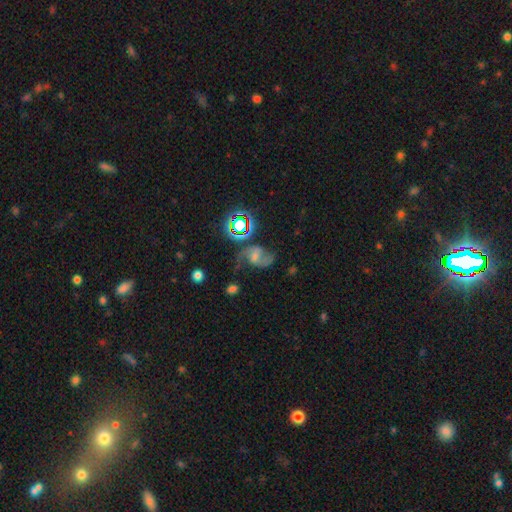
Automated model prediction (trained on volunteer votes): This appears to be a featured or disk galaxy (68%) with a weak bar (45%), 2 (88%) loose (56%) spiral arms (92%) and a moderate central bulge (33%). Merging: none (52%).